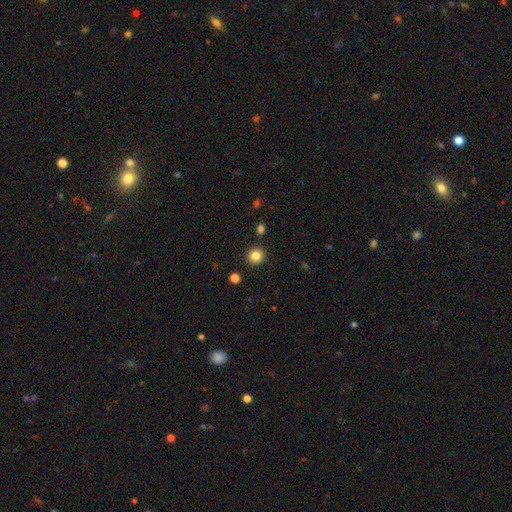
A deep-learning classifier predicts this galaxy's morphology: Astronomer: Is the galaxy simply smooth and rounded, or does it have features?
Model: smooth — 84%.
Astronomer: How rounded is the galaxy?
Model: round — 92%.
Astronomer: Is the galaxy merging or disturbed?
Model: none — 90%.